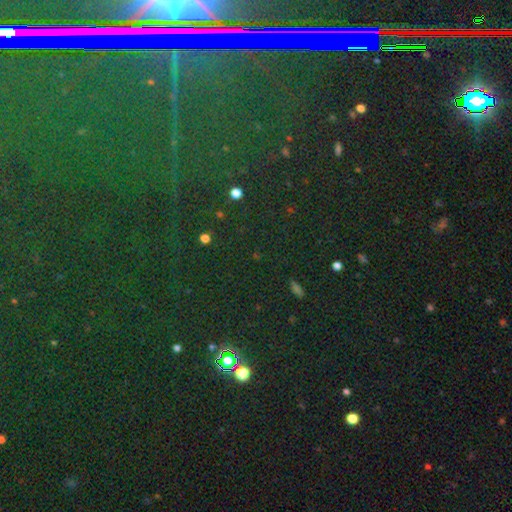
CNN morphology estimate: Smooth or featured? star or artifact (84%)